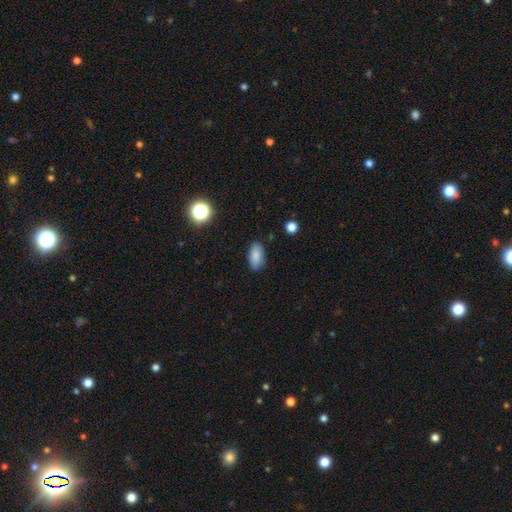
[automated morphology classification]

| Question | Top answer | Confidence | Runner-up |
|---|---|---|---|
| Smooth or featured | smooth | 85% | star or artifact (9%) |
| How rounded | in between | 88% | cigar-shaped (9%) |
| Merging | none | 84% | minor disturbance (12%) |